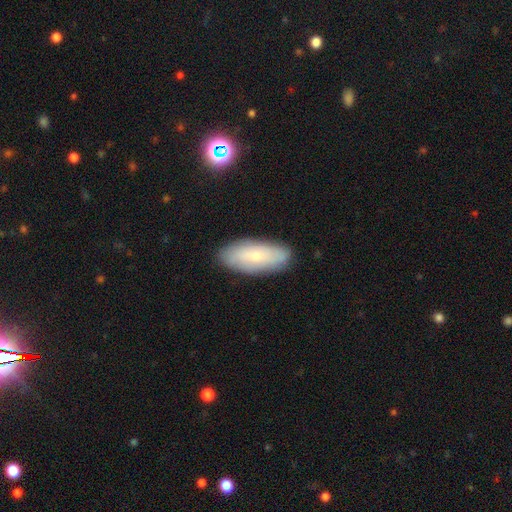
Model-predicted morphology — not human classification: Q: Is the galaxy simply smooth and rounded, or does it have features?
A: smooth — 61%.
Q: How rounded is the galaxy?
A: in between — 84%.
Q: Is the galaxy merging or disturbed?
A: none — 86%.